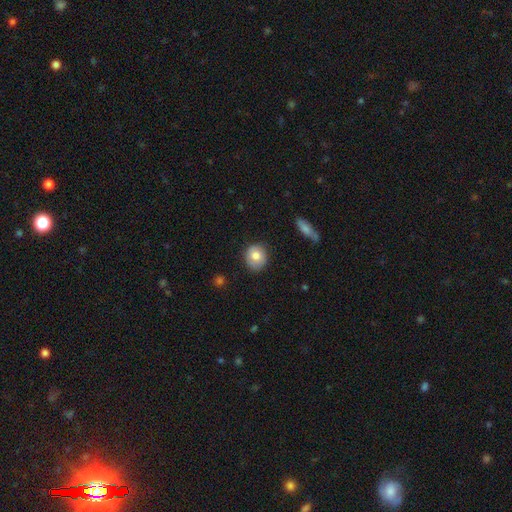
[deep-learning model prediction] The model was most divided on "how rounded": round: 79%, in between: 20%, cigar-shaped: 1%. More confident: merging — none (83%); smooth or featured — smooth (79%).